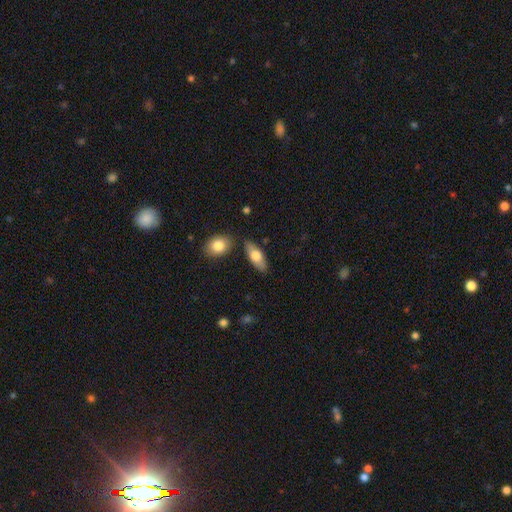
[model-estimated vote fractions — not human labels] A smooth galaxy with no disk features (66%) that is in between round and cigar-shaped (78%).

Vote fractions:
- Smooth or featured? smooth: 66% / featured or disk: 28% / star or artifact: 6%
- How rounded? in between: 78% / cigar-shaped: 19% / round: 3%
- Merging? none: 81% / minor disturbance: 11% / merger: 6% / major disturbance: 3%